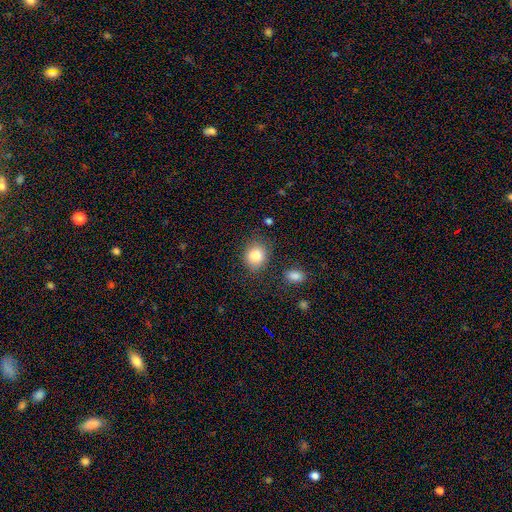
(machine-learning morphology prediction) Smooth or featured? Predicted: smooth (p=0.84). How rounded? Predicted: round (p=0.67). Merging? Predicted: none (p=0.81).